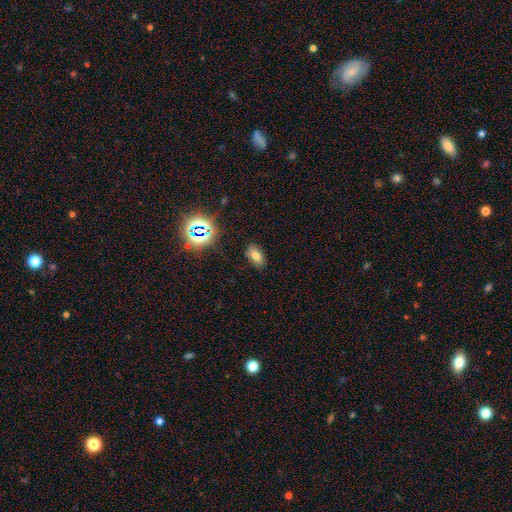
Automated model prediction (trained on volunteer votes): Smooth or featured: smooth — 68% (star or artifact — 20%)
How rounded: in between — 88% (round — 8%)
Merging: none — 84% (minor disturbance — 12%)